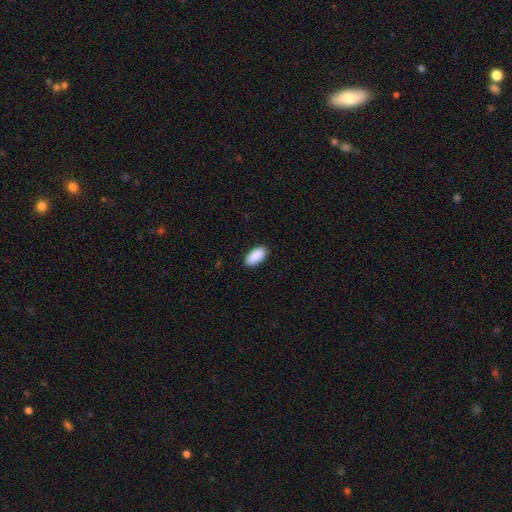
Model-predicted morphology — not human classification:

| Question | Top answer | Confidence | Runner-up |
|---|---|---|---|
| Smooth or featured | smooth | 91% | star or artifact (6%) |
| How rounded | in between | 95% | cigar-shaped (3%) |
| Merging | none | 89% | minor disturbance (9%) |